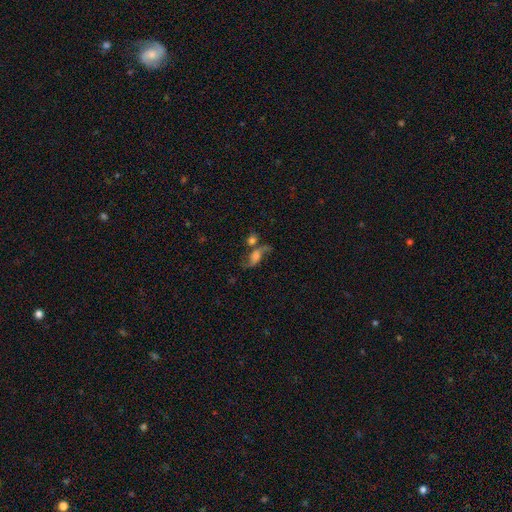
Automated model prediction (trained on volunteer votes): Overall: featured or disk (65%). Edge-on disk: no (91%). Bar: no (53%; weak 35%). Spiral arms: yes (91%). Spiral arm count: 2 (89%). Spiral winding: loose (83%). Bulge size: moderate (30%; large 29%). Merging: none (47%; merger 24%).